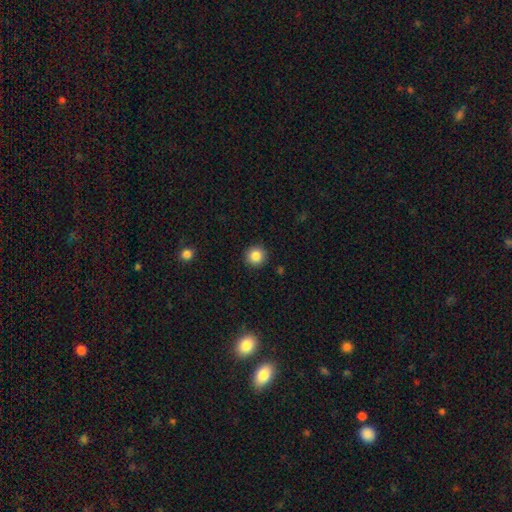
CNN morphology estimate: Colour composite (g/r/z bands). It shows a smooth galaxy with no disk features (85%) that is round (95%). Merging: none (92%).